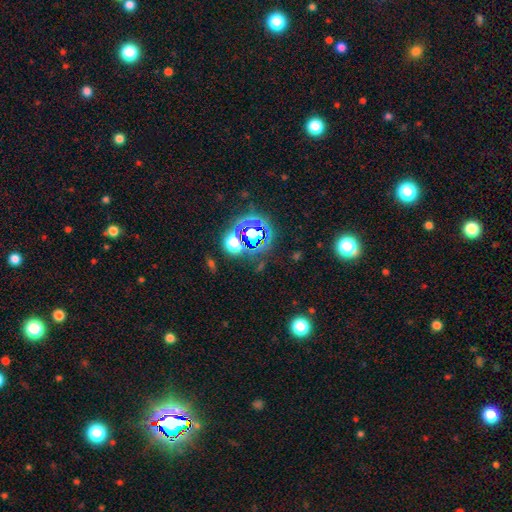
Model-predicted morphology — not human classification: type=star or artifact (79%).